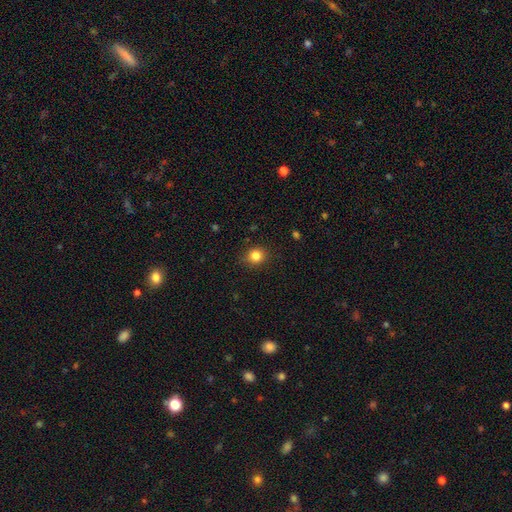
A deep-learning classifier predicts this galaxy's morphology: This is clearly a smooth galaxy (83%). How rounded: clearly round (82%). Merging: clearly none (87%).